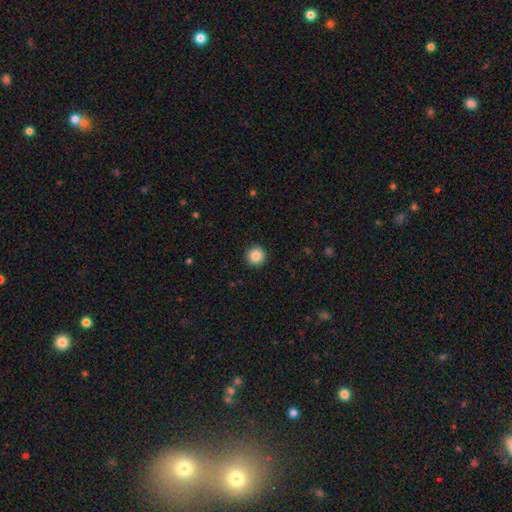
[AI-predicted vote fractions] A smooth galaxy with no disk features (87%) that is round (96%).

Vote fractions:
- Smooth or featured? smooth: 87% / star or artifact: 9% / featured or disk: 4%
- How rounded? round: 96% / in between: 3% / cigar-shaped: 1%
- Merging? none: 93% / minor disturbance: 4% / major disturbance: 2% / merger: 1%